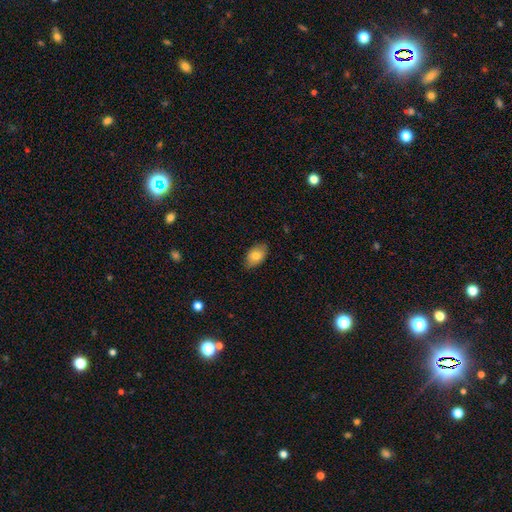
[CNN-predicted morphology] smooth 76%, featured or disk 17%, star or artifact 7%. Down the decision tree: how rounded — in between (89%); merging — none (81%).